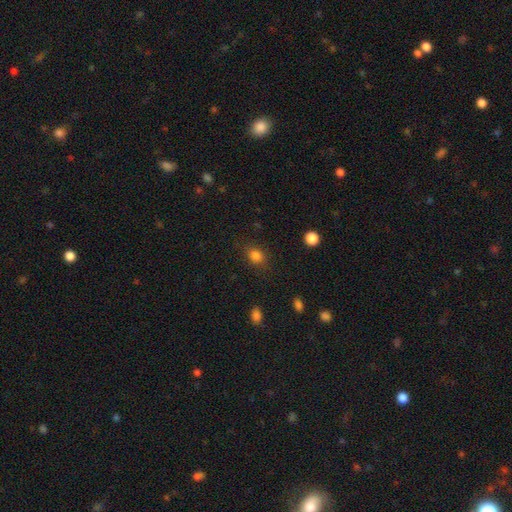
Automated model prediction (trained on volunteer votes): A smooth galaxy with no disk features (83%) that is round (63%).

Vote fractions:
- Smooth or featured? smooth: 83% / star or artifact: 12% / featured or disk: 5%
- How rounded? round: 63% / in between: 36% / cigar-shaped: 1%
- Merging? none: 82% / minor disturbance: 12% / major disturbance: 4% / merger: 2%